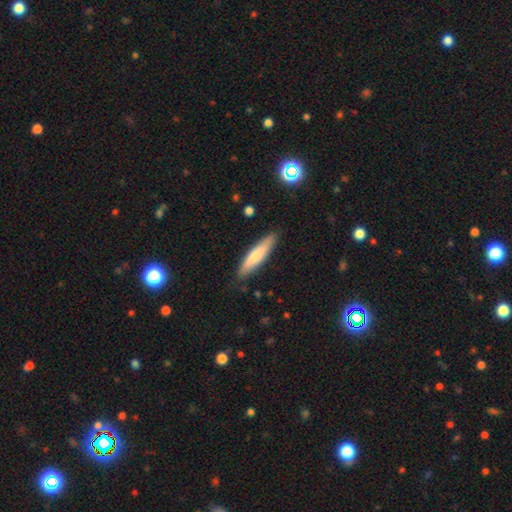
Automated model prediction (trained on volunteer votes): The model was most divided on "smooth or featured": smooth: 71%, featured or disk: 23%, star or artifact: 5%. More confident: merging — none (86%); how rounded — cigar-shaped (81%).